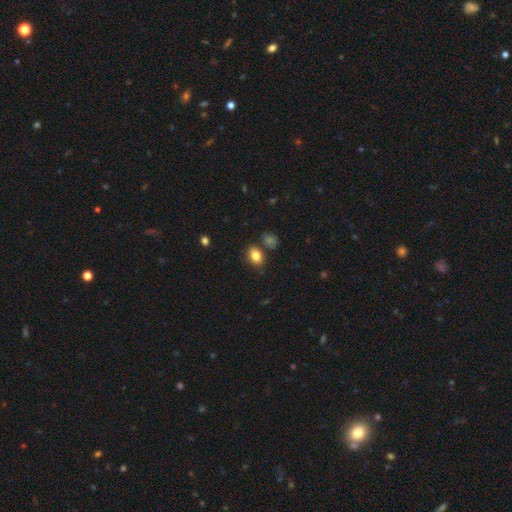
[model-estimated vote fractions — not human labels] A smooth galaxy with no disk features (82%) that is in between round and cigar-shaped (72%).

Vote fractions:
- Smooth or featured? smooth: 82% / star or artifact: 10% / featured or disk: 8%
- How rounded? in between: 72% / round: 26% / cigar-shaped: 1%
- Merging? none: 76% / minor disturbance: 14% / merger: 7% / major disturbance: 3%